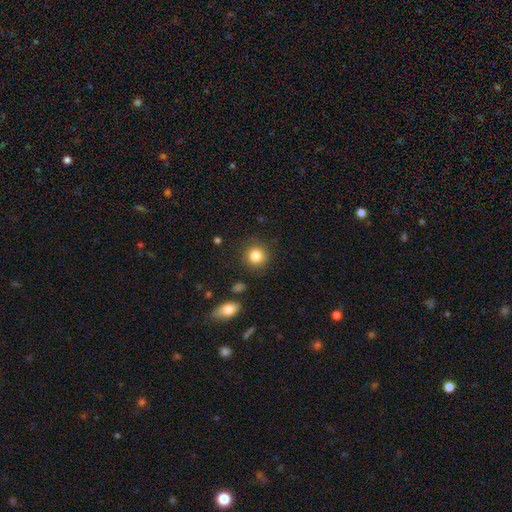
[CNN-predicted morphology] Smooth or featured: smooth — 84% (star or artifact — 10%)
How rounded: round — 90% (in between — 9%)
Merging: none — 87% (minor disturbance — 8%)